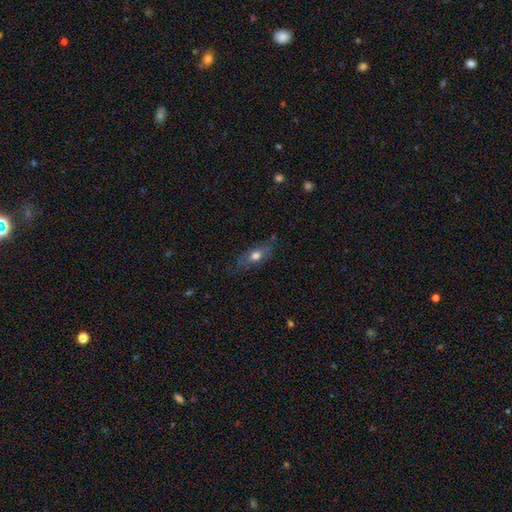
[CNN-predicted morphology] Smooth or featured: smooth — 62% (featured or disk — 30%)
How rounded: in between — 71% (cigar-shaped — 23%)
Merging: none — 68% (minor disturbance — 23%)